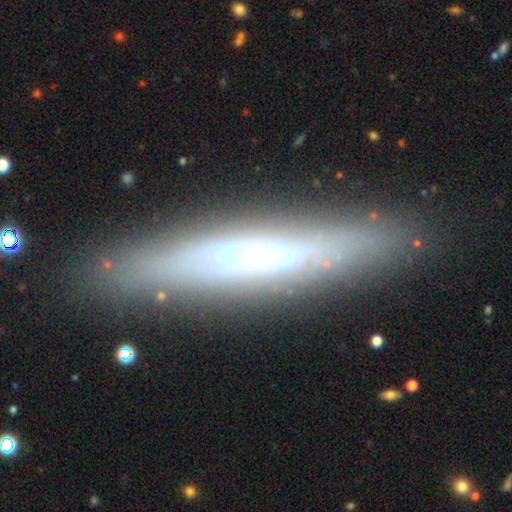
A featured or disk galaxy (74%) viewed edge-on (90%) with a rounded central bulge (42%). Merging: none (89%).